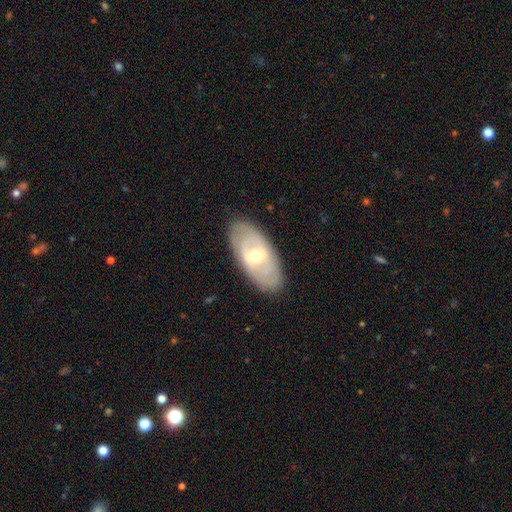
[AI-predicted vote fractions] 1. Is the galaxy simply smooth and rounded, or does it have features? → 64% featured or disk, 31% smooth, 6% star or artifact.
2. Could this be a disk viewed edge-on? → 87% no, 13% yes.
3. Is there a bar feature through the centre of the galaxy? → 43% weak, 39% no, 18% strong.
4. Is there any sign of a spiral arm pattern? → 54% no, 46% yes.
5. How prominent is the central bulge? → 65% moderate, 29% small, 4% large, 1% dominant, 1% none.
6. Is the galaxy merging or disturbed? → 85% none, 11% minor disturbance, 3% major disturbance, 1% merger.